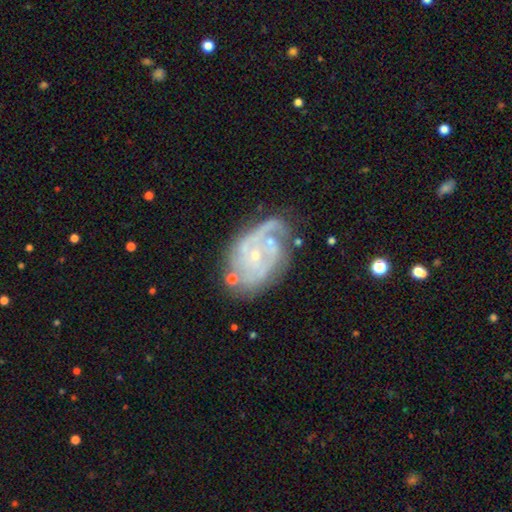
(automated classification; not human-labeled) Smooth or featured?
  - featured or disk: 83% *
  - star or artifact: 9%
  - smooth: 8%
Edge-on disk?
  - no: 96% *
  - yes: 4%
Bar?
  - no: 69% *
  - weak: 24%
  - strong: 7%
Spiral arms?
  - yes: 95% *
  - no: 5%
Spiral winding?
  - tight: 60% *
  - medium: 32%
  - loose: 8%
Spiral arm count?
  - 2: 31% *
  - 3: 24%
  - can't tell: 24%
  - 4: 9%
  - 1: 6%
  - more than 4: 6%
Bulge size?
  - small: 76% *
  - moderate: 19%
  - none: 2%
  - large: 1%
  - dominant: 1%
Merging?
  - none: 65% *
  - minor disturbance: 21%
  - major disturbance: 10%
  - merger: 4%